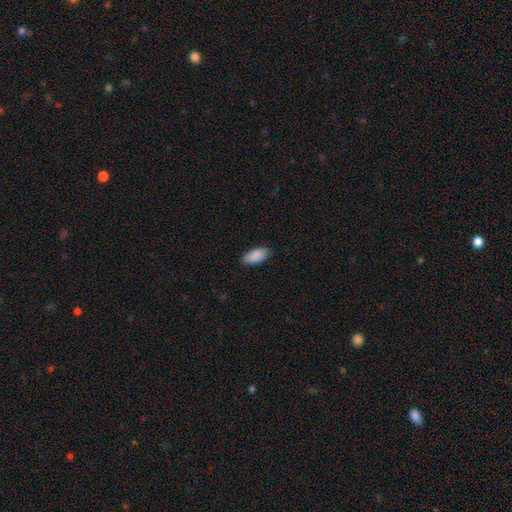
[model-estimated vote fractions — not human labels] Q: Smooth or featured?
A: smooth (90%); runner-up: star or artifact (6%)
Q: How rounded?
A: in between (91%); runner-up: cigar-shaped (7%)
Q: Merging?
A: none (86%); runner-up: minor disturbance (11%)